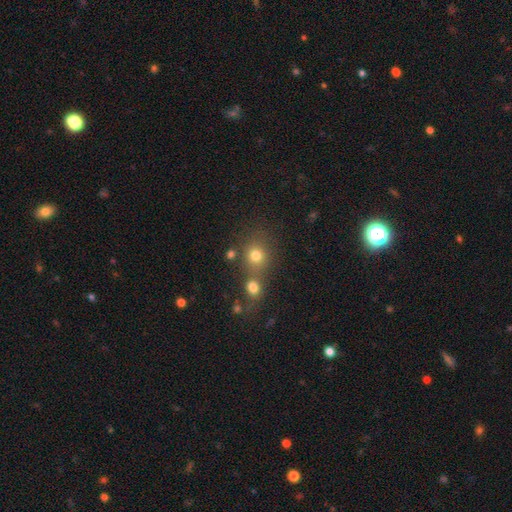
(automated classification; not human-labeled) smooth-or-featured: smooth: 75% | star or artifact: 16% | featured or disk: 9%
  how-rounded: round: 81% | in between: 18% | cigar-shaped: 1%
  merging: none: 54% | merger: 32% | minor disturbance: 9% | major disturbance: 5%